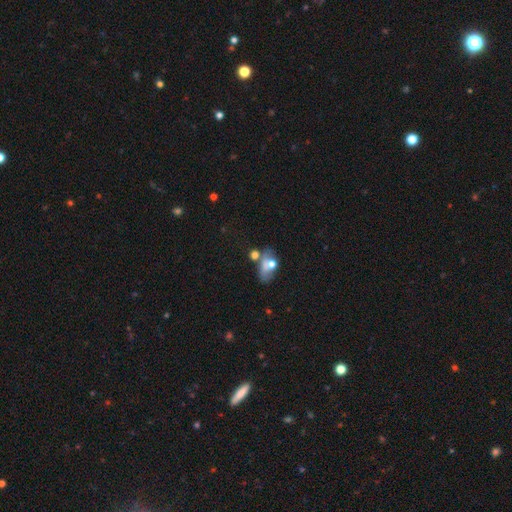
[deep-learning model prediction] Q: Smooth or featured?
A: smooth (51%); runner-up: featured or disk (31%)
Q: How rounded?
A: in between (69%); runner-up: round (26%)
Q: Merging?
A: none (34%); runner-up: merger (33%)